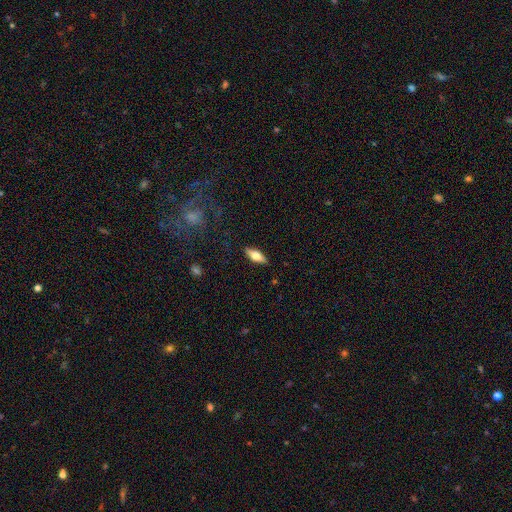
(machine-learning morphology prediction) smooth-or-featured: smooth: 58% | featured or disk: 36% | star or artifact: 7%
  how-rounded: in between: 66% | cigar-shaped: 31% | round: 3%
  merging: none: 88% | minor disturbance: 9% | major disturbance: 2% | merger: 1%